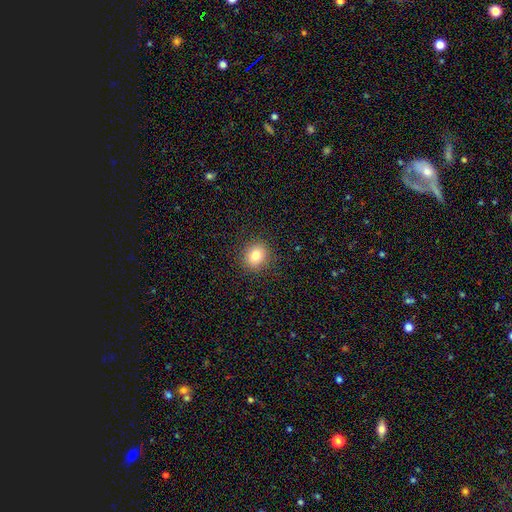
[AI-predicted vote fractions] Q: Smooth or featured?
A: smooth (82%); runner-up: star or artifact (11%)
Q: How rounded?
A: round (78%); runner-up: in between (21%)
Q: Merging?
A: none (90%); runner-up: minor disturbance (7%)